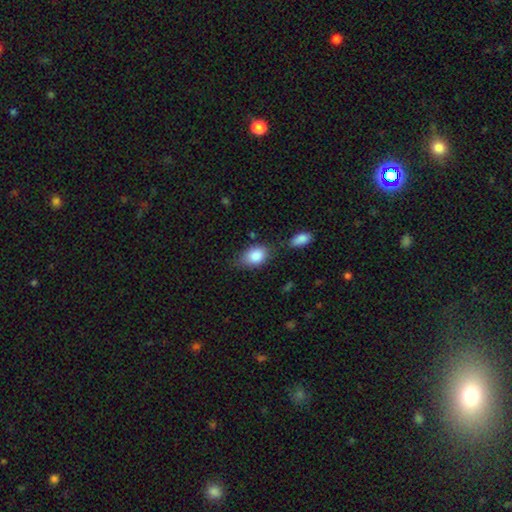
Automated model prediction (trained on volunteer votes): Q: Smooth or featured?
A: smooth (86%); runner-up: featured or disk (8%)
Q: How rounded?
A: in between (82%); runner-up: round (16%)
Q: Merging?
A: none (59%); runner-up: minor disturbance (25%)